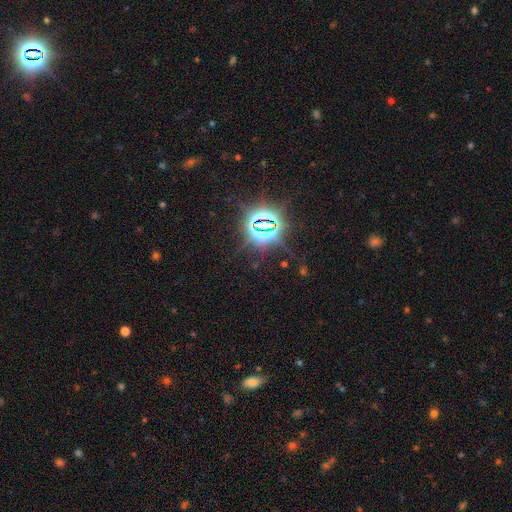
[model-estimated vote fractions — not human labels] Smooth or featured? star or artifact (83%)